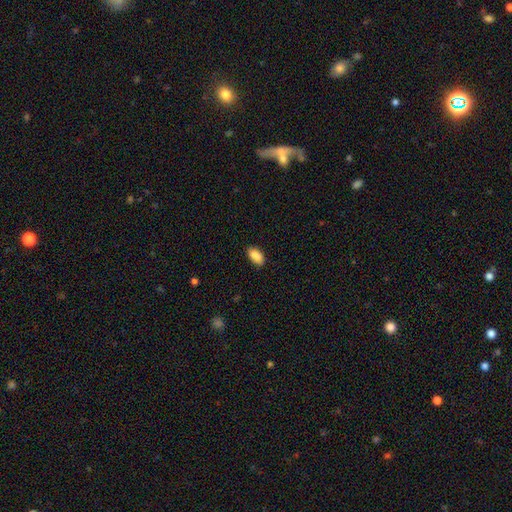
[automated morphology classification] smooth 88%, star or artifact 8%, featured or disk 4%. Down the decision tree: how rounded — in between (92%); merging — none (80%).